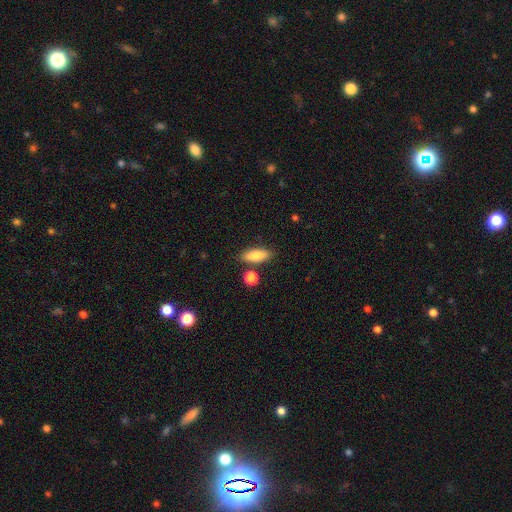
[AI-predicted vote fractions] Morphology: type=smooth (82%); roundness=in between (70%); merging=none (80%).